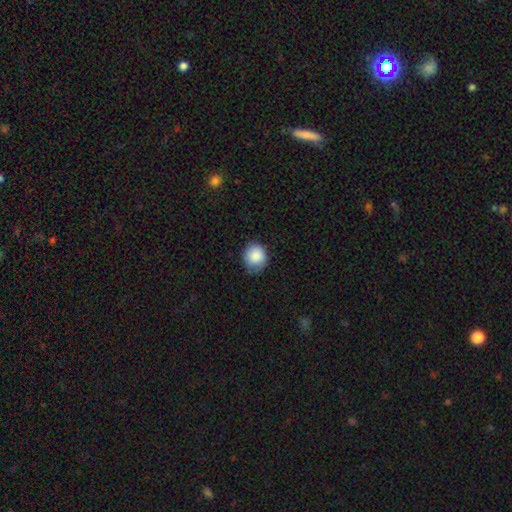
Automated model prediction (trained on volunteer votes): Overall: smooth (88%). How rounded: round (80%). Merging: none (72%).